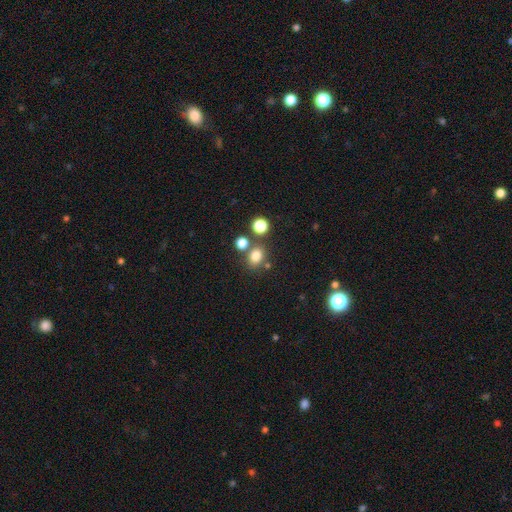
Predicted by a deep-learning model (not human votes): Smooth or featured?
  - smooth: 78% *
  - star or artifact: 15%
  - featured or disk: 7%
How rounded?
  - round: 60% *
  - in between: 39%
  - cigar-shaped: 1%
Merging?
  - none: 68% *
  - merger: 18%
  - minor disturbance: 10%
  - major disturbance: 4%